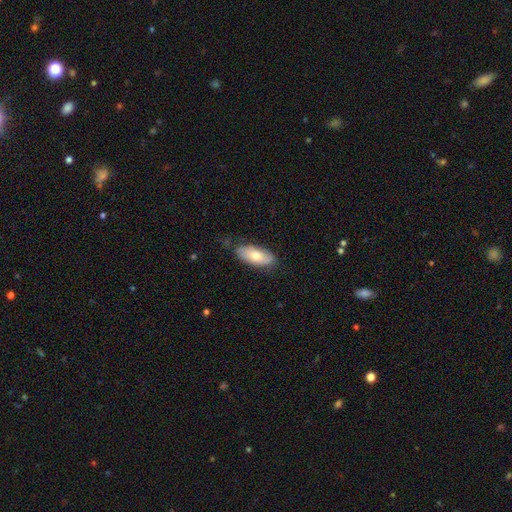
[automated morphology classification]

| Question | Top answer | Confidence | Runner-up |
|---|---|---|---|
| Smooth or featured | smooth | 69% | featured or disk (25%) |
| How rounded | in between | 88% | cigar-shaped (9%) |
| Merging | none | 74% | minor disturbance (20%) |